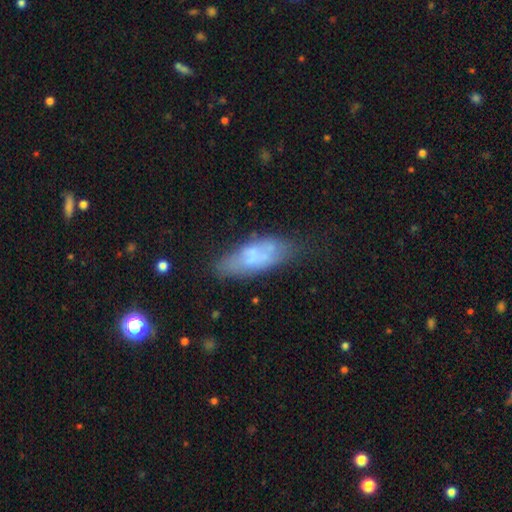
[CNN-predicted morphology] Smooth or featured? smooth (55%)
How rounded? in between (65%)
Merging? none (57%)